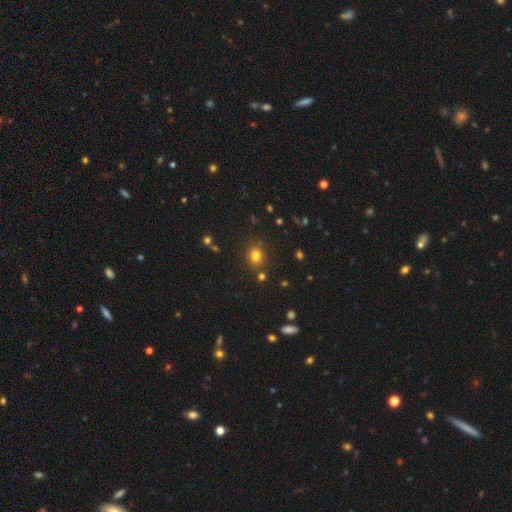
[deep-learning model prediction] Smooth or featured?
  - smooth: 77% *
  - star or artifact: 16%
  - featured or disk: 7%
How rounded?
  - round: 67% *
  - in between: 32%
  - cigar-shaped: 1%
Merging?
  - none: 80% *
  - minor disturbance: 11%
  - merger: 5%
  - major disturbance: 4%